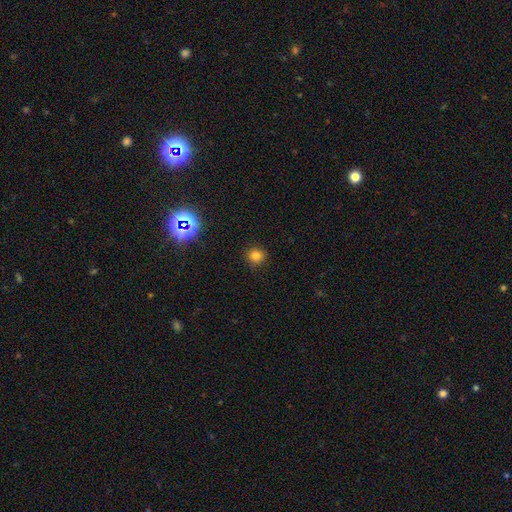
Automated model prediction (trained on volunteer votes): Morphology: type=smooth (79%); roundness=round (88%); merging=none (89%).